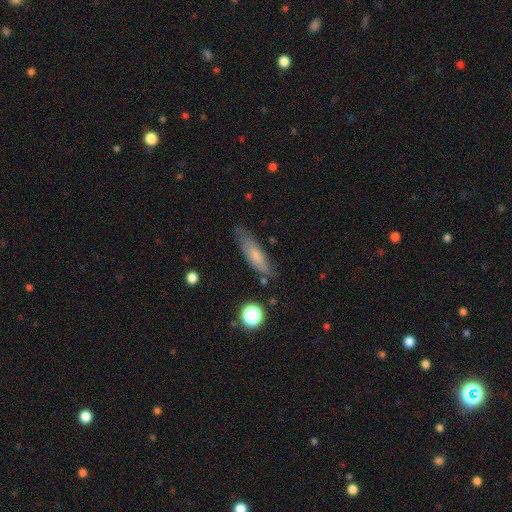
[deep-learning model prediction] smooth_or_featured: smooth (p=0.67) [alt: featured or disk p=0.25]
how_rounded: cigar-shaped (p=0.60) [alt: in between p=0.38]
merging: none (p=0.73) [alt: minor disturbance p=0.20]